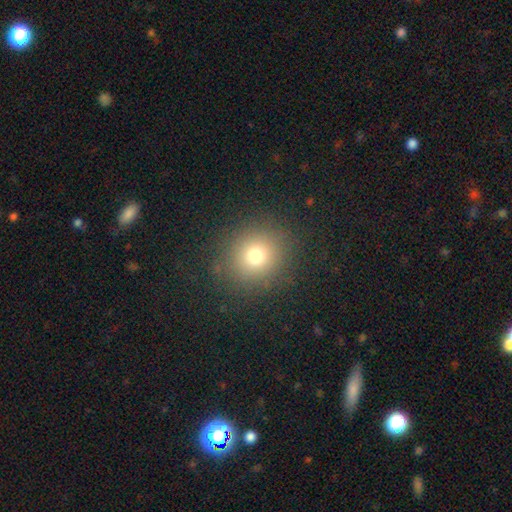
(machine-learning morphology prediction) smooth 74%, star or artifact 16%, featured or disk 9%. Down the decision tree: how rounded — round (85%); merging — none (87%).